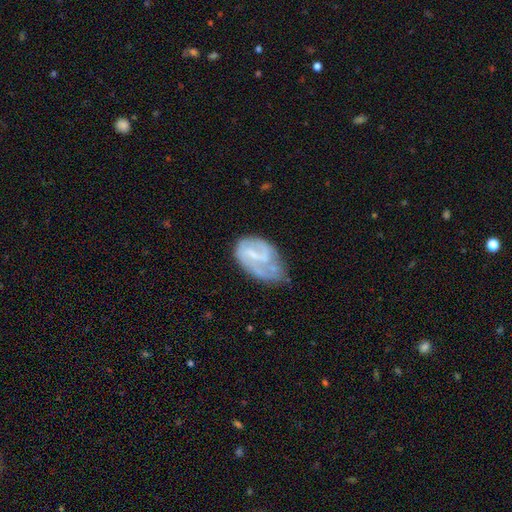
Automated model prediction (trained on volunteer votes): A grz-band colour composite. It shows a featured or disk galaxy (65%) with a weak bar (49%), spiral arms (71%) and a small central bulge (42%). Merging: minor disturbance (36%).